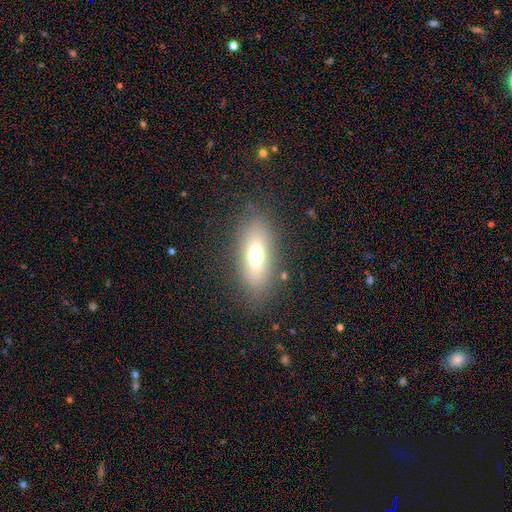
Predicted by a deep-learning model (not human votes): Morphology: type=smooth (63%); roundness=in between (71%); merging=none (81%).